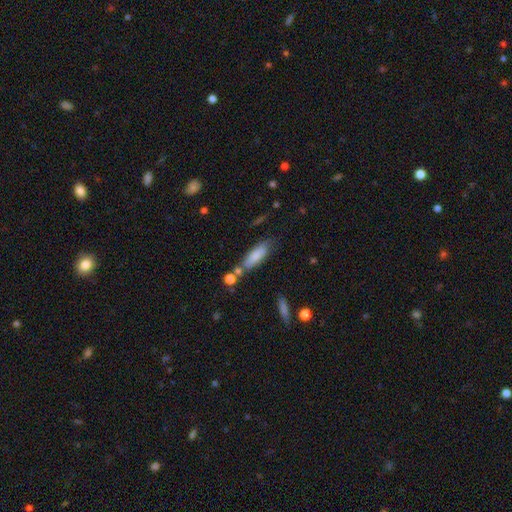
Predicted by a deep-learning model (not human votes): Smooth or featured? smooth (79%)
How rounded? cigar-shaped (52%)
Merging? none (62%)